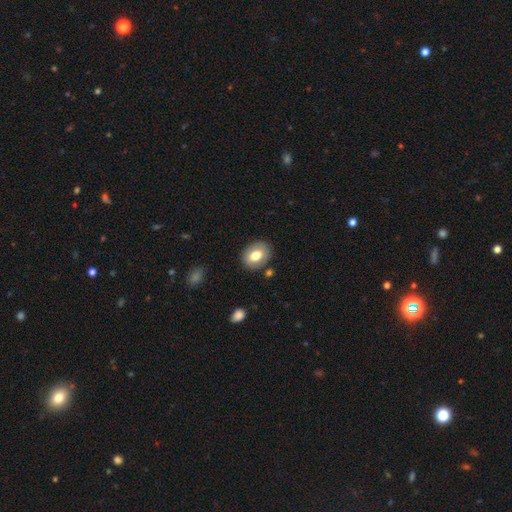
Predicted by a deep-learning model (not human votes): Morphology: type=smooth (73%); roundness=in between (60%); merging=none (84%).